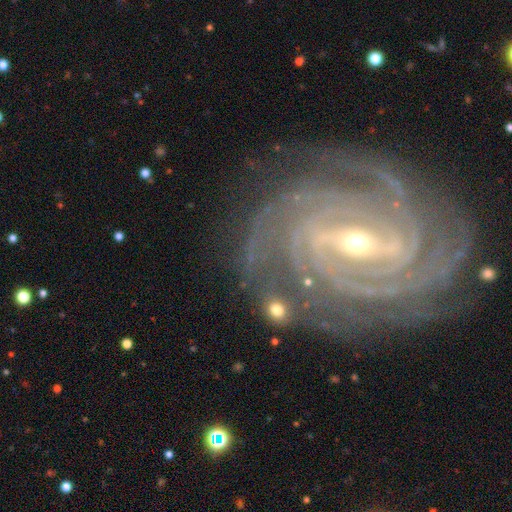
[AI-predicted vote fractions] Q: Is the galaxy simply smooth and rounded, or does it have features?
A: featured or disk — 90%.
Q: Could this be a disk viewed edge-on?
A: no — 96%.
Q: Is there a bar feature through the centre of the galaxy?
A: strong — 55%.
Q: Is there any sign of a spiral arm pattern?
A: yes — 98%.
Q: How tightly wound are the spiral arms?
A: tight — 75%.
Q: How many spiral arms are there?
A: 4 — 26%.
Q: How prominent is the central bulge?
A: small — 63%.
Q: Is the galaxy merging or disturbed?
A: none — 73%.